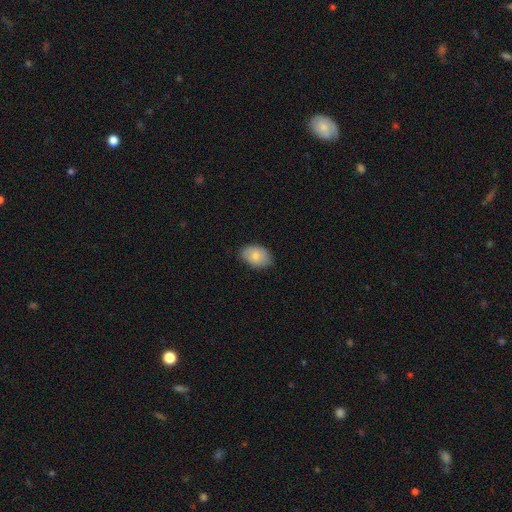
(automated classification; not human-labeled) Smooth or featured?
  - smooth: 80% *
  - featured or disk: 13%
  - star or artifact: 7%
How rounded?
  - in between: 85% *
  - round: 14%
  - cigar-shaped: 1%
Merging?
  - none: 78% *
  - minor disturbance: 18%
  - major disturbance: 3%
  - merger: 1%